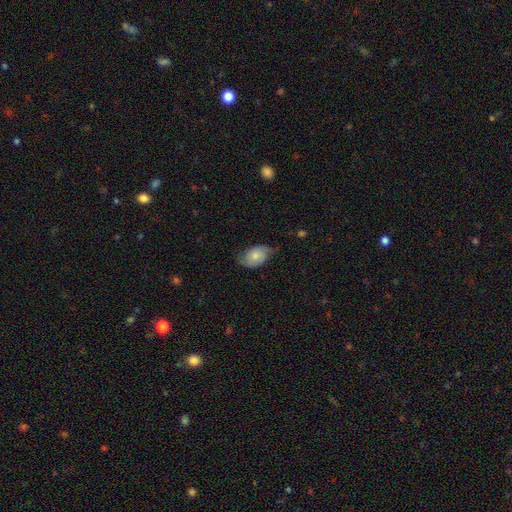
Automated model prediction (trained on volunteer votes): smooth_or_featured: smooth (p=0.61) [alt: featured or disk p=0.32]
how_rounded: in between (p=0.87) [alt: round p=0.12]
merging: none (p=0.63) [alt: minor disturbance p=0.29]